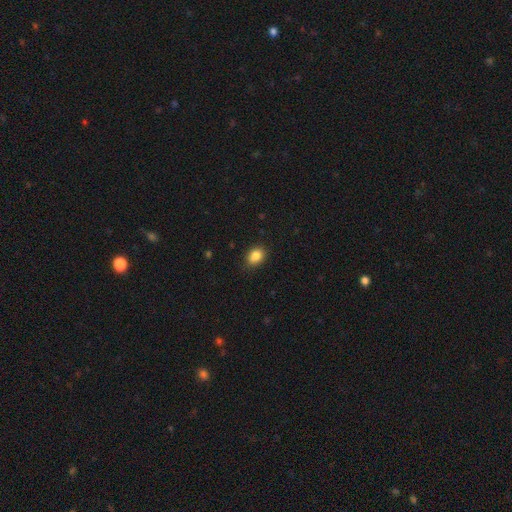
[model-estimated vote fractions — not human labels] Smooth or featured: smooth — 86% (star or artifact — 9%)
How rounded: in between — 66% (round — 33%)
Merging: none — 82% (minor disturbance — 14%)